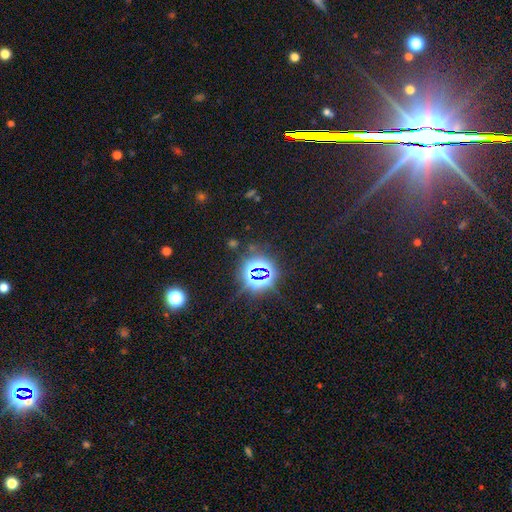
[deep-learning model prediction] Smooth or featured? Predicted: star or artifact (p=0.77).